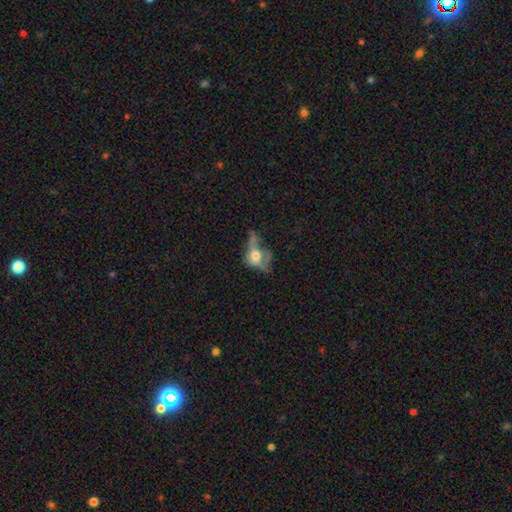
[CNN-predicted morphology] smooth-or-featured: smooth: 45% | featured or disk: 43% | star or artifact: 12%
  merging: major disturbance: 44% | none: 24% | minor disturbance: 21% | merger: 11%